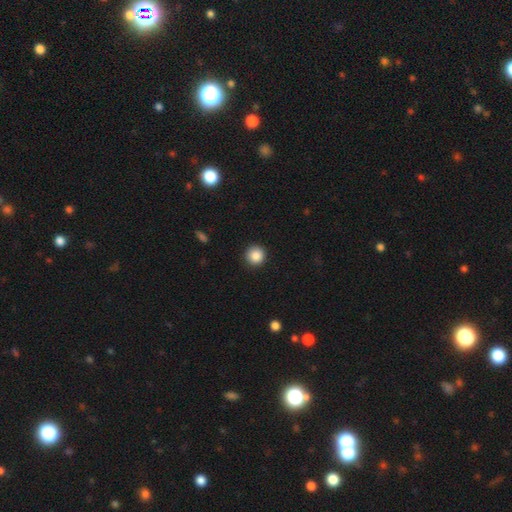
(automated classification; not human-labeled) Smooth or featured: smooth — 87% (star or artifact — 9%)
How rounded: round — 95% (in between — 4%)
Merging: none — 92% (minor disturbance — 5%)